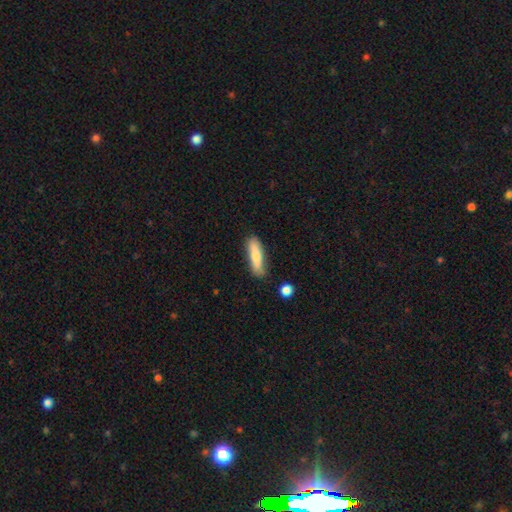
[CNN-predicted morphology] This is likely a smooth galaxy (76%). How rounded: likely cigar-shaped (70%). Merging: likely none (78%).